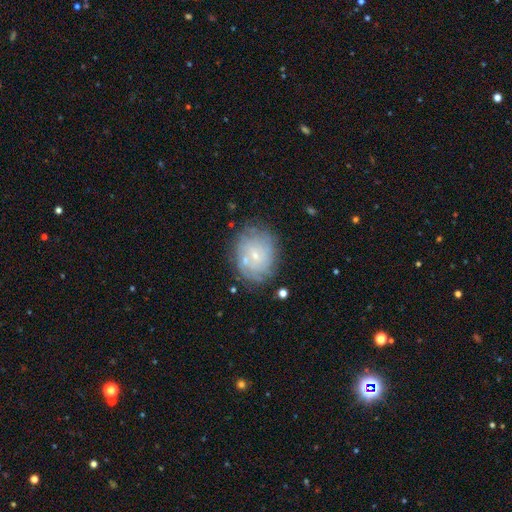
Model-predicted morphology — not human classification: Smooth or featured: featured or disk — 60% (smooth — 30%)
Edge-on disk: no — 97% (yes — 3%)
Bar: no — 73% (weak — 23%)
Spiral arms: yes — 72% (no — 28%)
Bulge size: small — 80% (moderate — 15%)
Merging: none — 69% (minor disturbance — 18%)